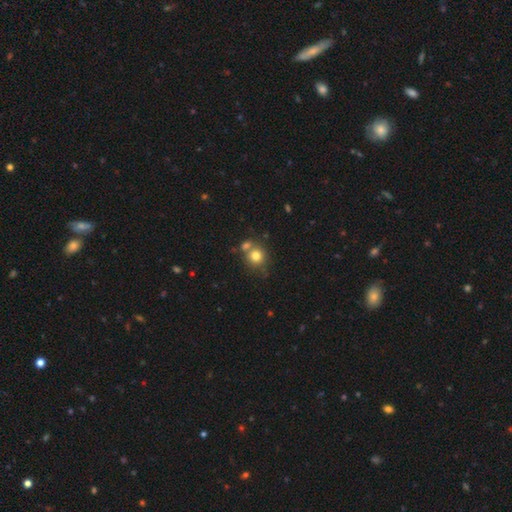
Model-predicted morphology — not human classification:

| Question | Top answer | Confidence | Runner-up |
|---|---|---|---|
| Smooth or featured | smooth | 78% | star or artifact (12%) |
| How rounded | round | 86% | in between (13%) |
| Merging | none | 55% | merger (29%) |